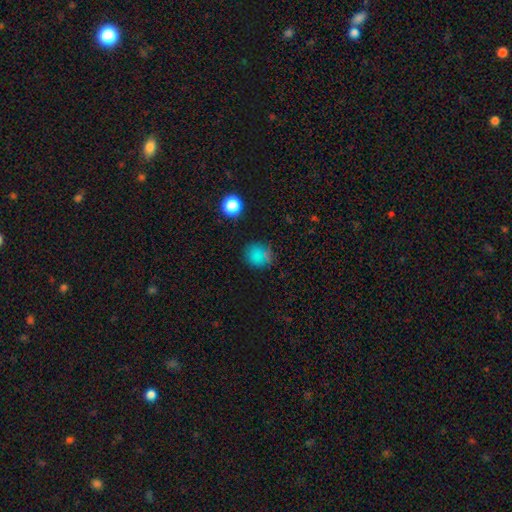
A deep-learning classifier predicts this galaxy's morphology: A smooth galaxy with no disk features (73%) that is round (86%). Merging: none (77%).